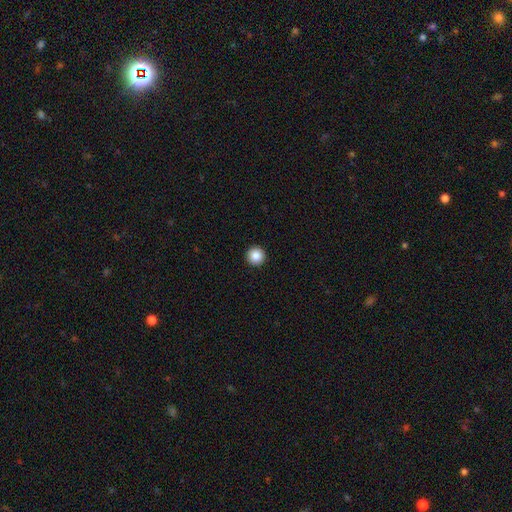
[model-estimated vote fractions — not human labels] Q: Smooth or featured?
A: smooth (87%); runner-up: star or artifact (9%)
Q: How rounded?
A: round (97%); runner-up: in between (2%)
Q: Merging?
A: none (94%); runner-up: minor disturbance (4%)